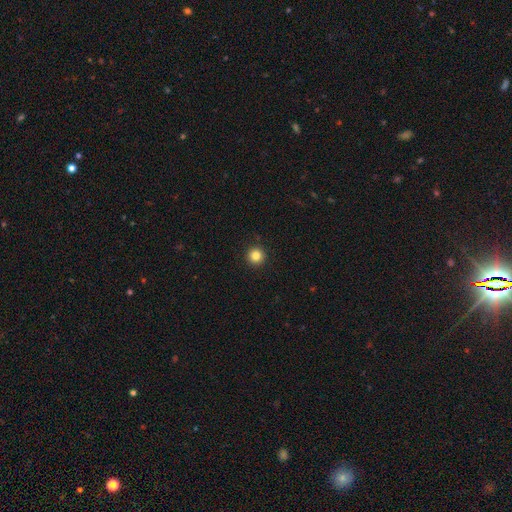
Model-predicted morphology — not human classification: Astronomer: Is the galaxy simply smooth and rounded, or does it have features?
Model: smooth — 83%.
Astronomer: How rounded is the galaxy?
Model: round — 96%.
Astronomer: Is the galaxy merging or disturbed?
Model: none — 93%.